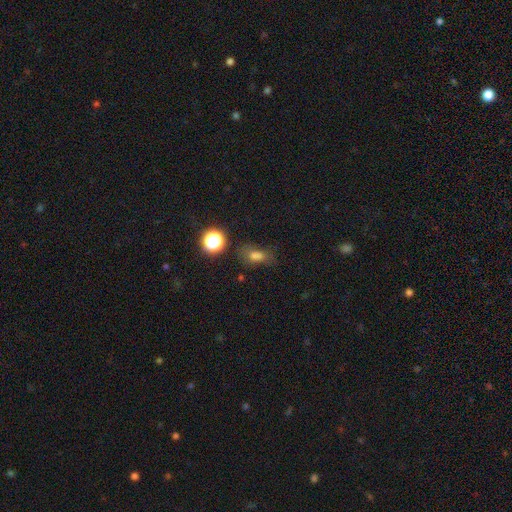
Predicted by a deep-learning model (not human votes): Smooth or featured? Predicted: smooth (p=0.64). How rounded? Predicted: in between (p=0.68). Merging? Predicted: none (p=0.55).